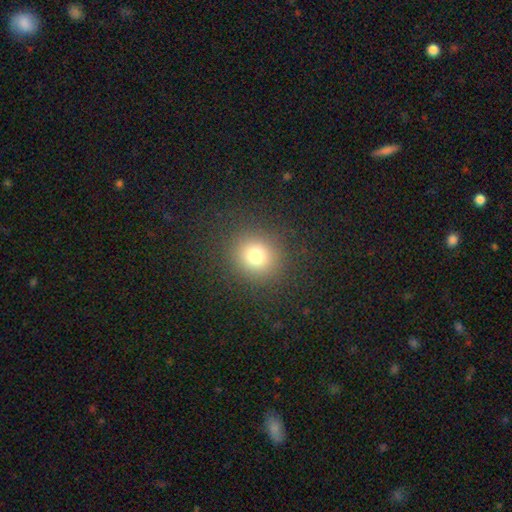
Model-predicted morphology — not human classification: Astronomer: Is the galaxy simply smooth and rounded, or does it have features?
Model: smooth — 77%.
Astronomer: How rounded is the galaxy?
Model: round — 89%.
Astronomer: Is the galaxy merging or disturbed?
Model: none — 89%.